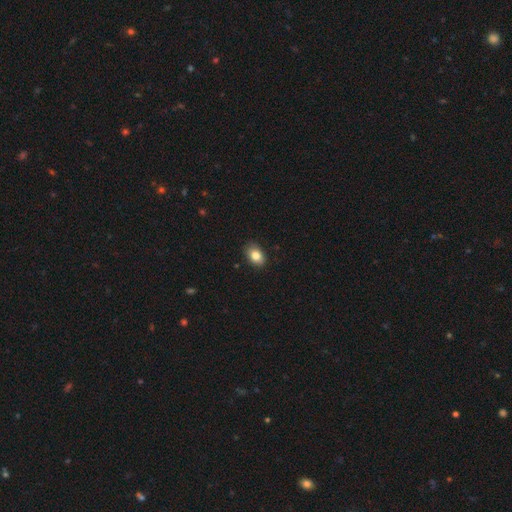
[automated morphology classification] smooth-or-featured: smooth: 85% | star or artifact: 8% | featured or disk: 7%
  how-rounded: in between: 82% | round: 17% | cigar-shaped: 1%
  merging: none: 85% | minor disturbance: 12% | major disturbance: 2% | merger: 1%